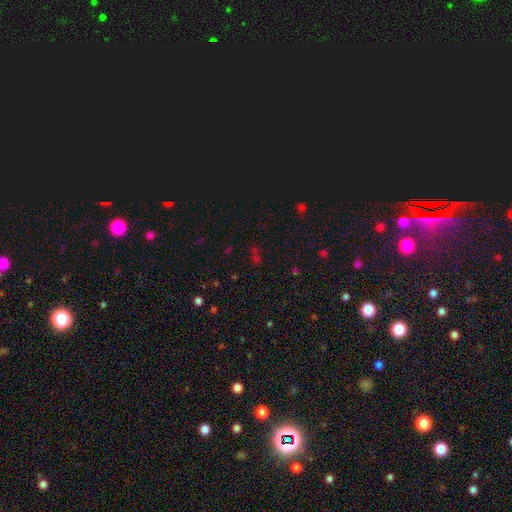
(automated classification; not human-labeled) This is possibly a star or artifact rather than a galaxy (56%).